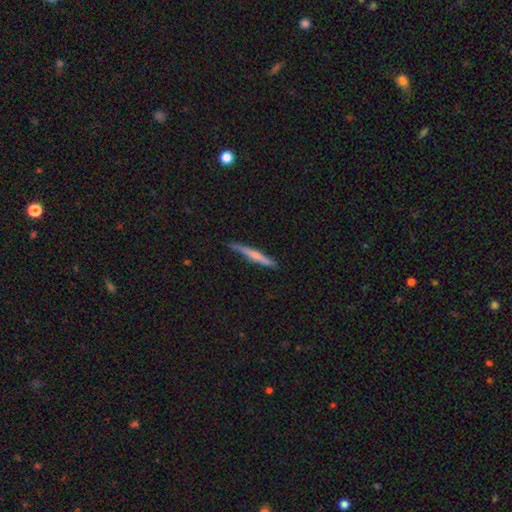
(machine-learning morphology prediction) Smooth or featured: smooth — 52% (featured or disk — 42%)
How rounded: cigar-shaped — 95% (in between — 3%)
Merging: none — 82% (minor disturbance — 15%)